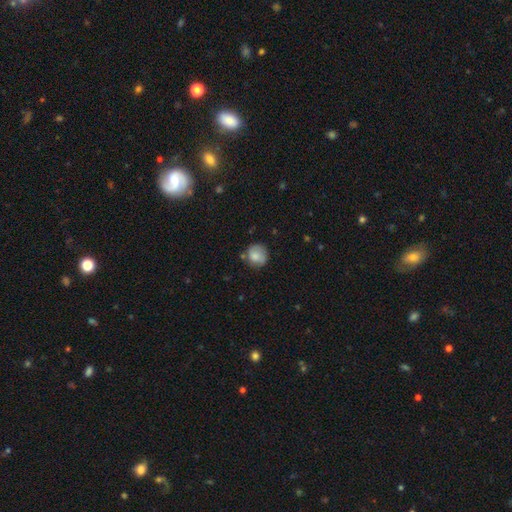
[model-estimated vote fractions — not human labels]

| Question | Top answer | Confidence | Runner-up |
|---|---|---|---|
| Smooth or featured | smooth | 77% | featured or disk (15%) |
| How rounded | round | 87% | in between (12%) |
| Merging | none | 67% | minor disturbance (22%) |